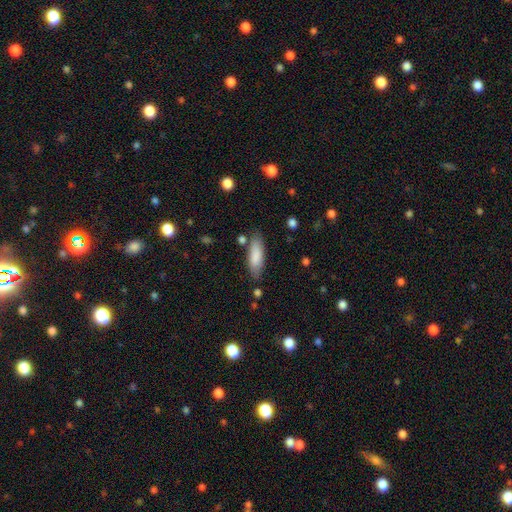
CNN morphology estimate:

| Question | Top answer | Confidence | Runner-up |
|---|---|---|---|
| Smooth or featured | smooth | 83% | featured or disk (11%) |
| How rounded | in between | 55% | cigar-shaped (43%) |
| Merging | none | 78% | minor disturbance (14%) |